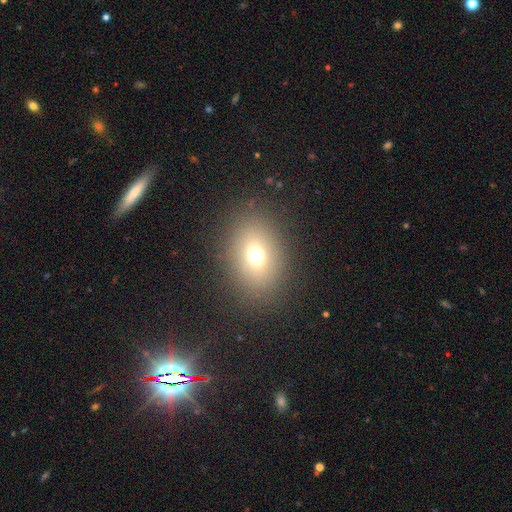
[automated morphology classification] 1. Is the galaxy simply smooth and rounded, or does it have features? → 67% smooth, 20% star or artifact, 13% featured or disk.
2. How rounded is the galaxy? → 56% in between, 43% round, 1% cigar-shaped.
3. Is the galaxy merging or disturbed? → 85% none, 8% minor disturbance, 6% major disturbance, 1% merger.